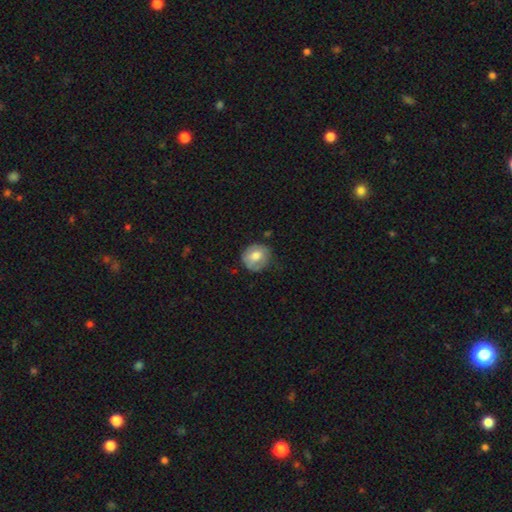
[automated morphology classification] The model was most divided on "smooth or featured": smooth: 64%, featured or disk: 29%, star or artifact: 7%. More confident: how rounded — round (83%); merging — none (65%).